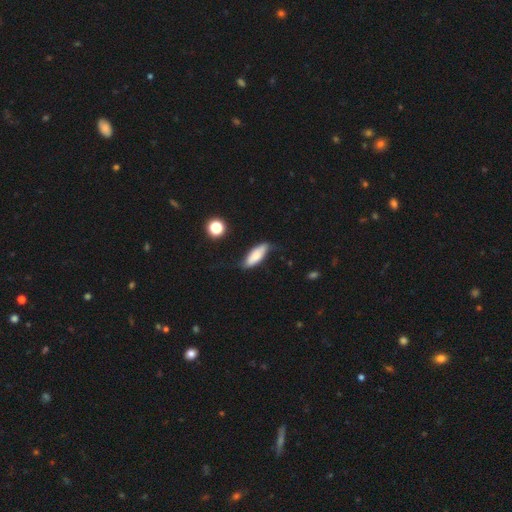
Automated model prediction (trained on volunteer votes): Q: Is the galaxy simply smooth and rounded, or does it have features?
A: smooth — 78%.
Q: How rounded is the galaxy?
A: in between — 65%.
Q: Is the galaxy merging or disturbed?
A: none — 62%.